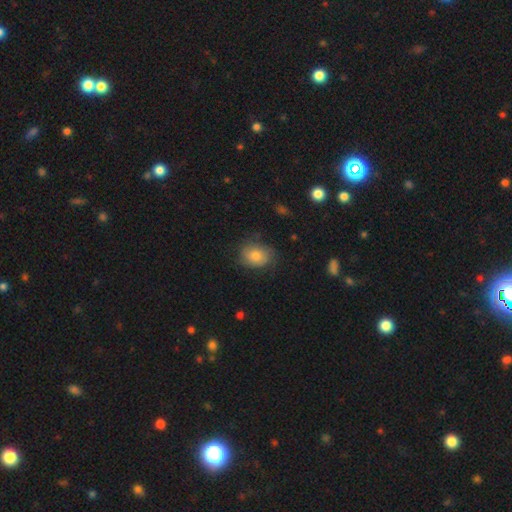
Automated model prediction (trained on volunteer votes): smooth-or-featured: smooth: 77% | featured or disk: 15% | star or artifact: 8%
  how-rounded: in between: 56% | round: 44% | cigar-shaped: 1%
  merging: none: 68% | minor disturbance: 24% | major disturbance: 7% | merger: 1%